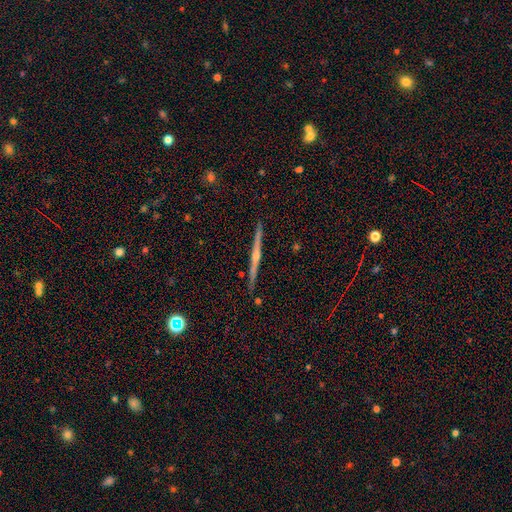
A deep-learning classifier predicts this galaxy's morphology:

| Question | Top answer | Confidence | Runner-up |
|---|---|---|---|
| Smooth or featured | featured or disk | 70% | star or artifact (15%) |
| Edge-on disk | yes | 97% | no (3%) |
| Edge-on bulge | rounded | 74% | none (18%) |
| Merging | none | 90% | minor disturbance (6%) |